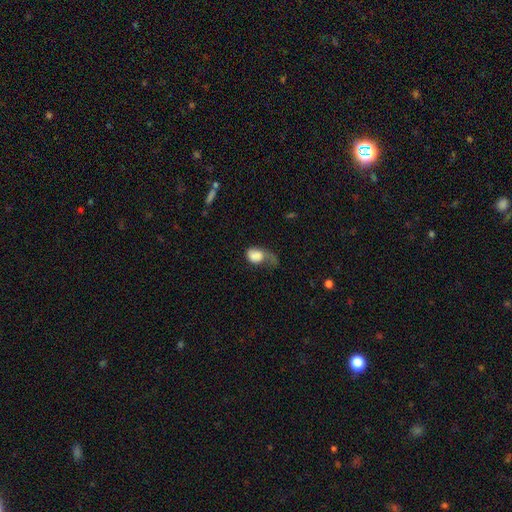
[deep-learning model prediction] smooth 72%, featured or disk 20%, star or artifact 8%. Down the decision tree: how rounded — in between (70%); merging — major disturbance (56%).